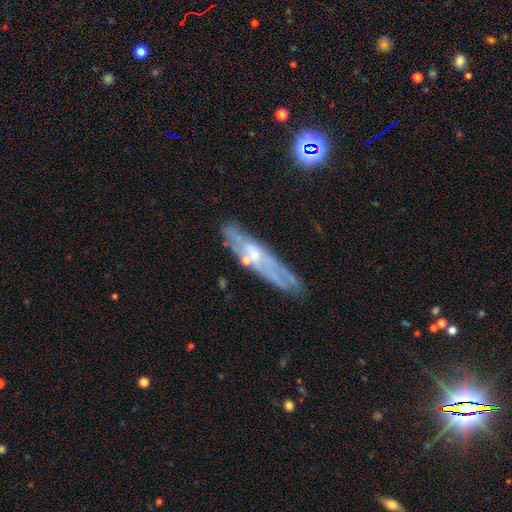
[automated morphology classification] Smooth or featured? Predicted: featured or disk (p=0.61). Edge-on disk? Predicted: yes (p=0.56). Merging? Predicted: none (p=0.69).